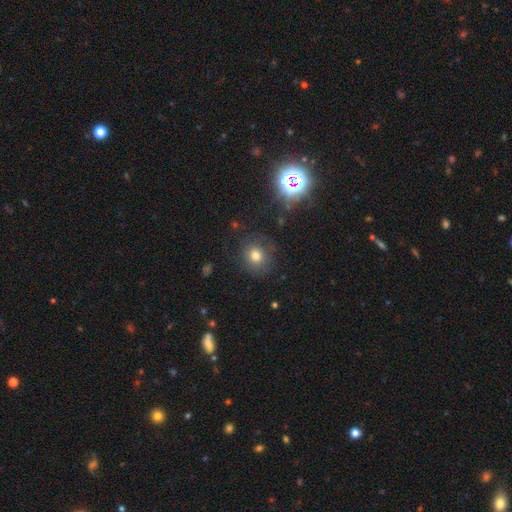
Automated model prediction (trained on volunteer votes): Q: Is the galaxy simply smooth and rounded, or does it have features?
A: smooth — 69%.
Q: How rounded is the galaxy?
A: round — 83%.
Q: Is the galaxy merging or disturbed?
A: none — 79%.